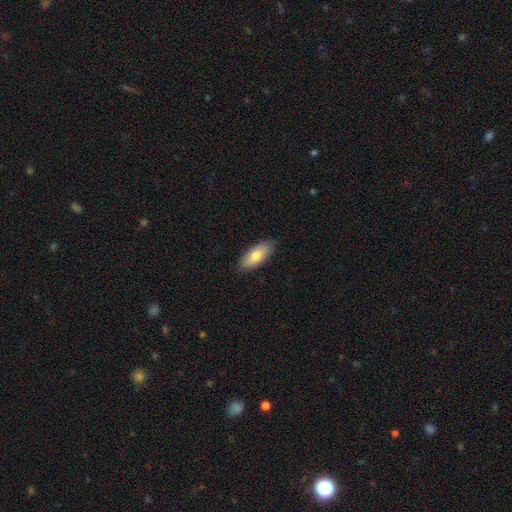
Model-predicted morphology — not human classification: A smooth galaxy with no disk features (76%) that is in between round and cigar-shaped (83%). Merging: none (87%).